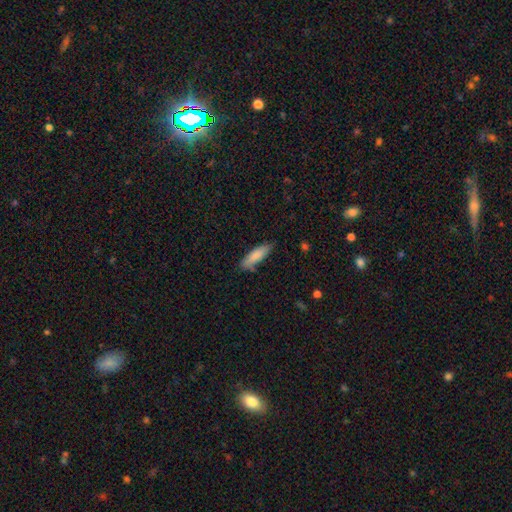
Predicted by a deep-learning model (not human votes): smooth_or_featured: smooth (p=0.82) [alt: featured or disk p=0.12]
how_rounded: cigar-shaped (p=0.54) [alt: in between p=0.45]
merging: none (p=0.72) [alt: minor disturbance p=0.21]